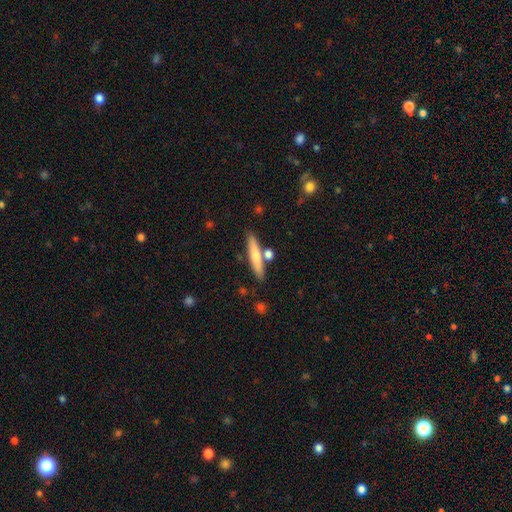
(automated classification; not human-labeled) smooth_or_featured: smooth (p=0.63) [alt: featured or disk p=0.31]
how_rounded: cigar-shaped (p=0.88) [alt: in between p=0.10]
merging: none (p=0.78) [alt: merger p=0.10]